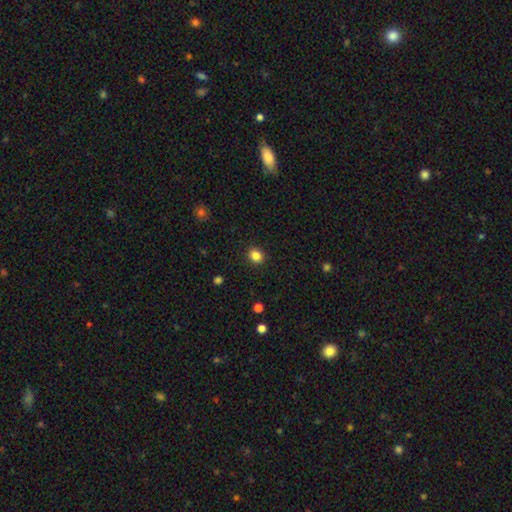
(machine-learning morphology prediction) A smooth galaxy with no disk features (85%) that is round (66%). Merging: none (90%).